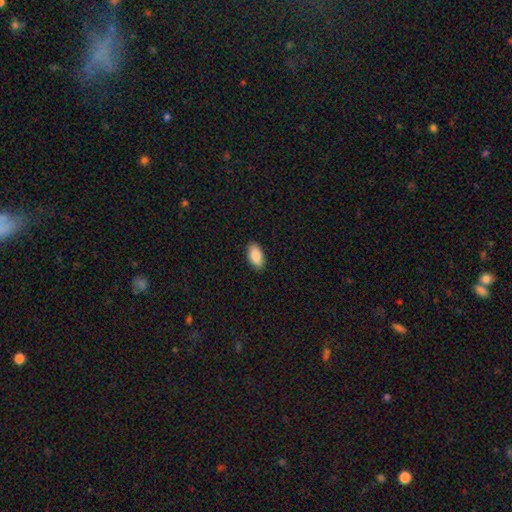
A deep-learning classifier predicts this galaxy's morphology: Smooth or featured? Predicted: smooth (p=0.88). How rounded? Predicted: in between (p=0.94). Merging? Predicted: none (p=0.89).